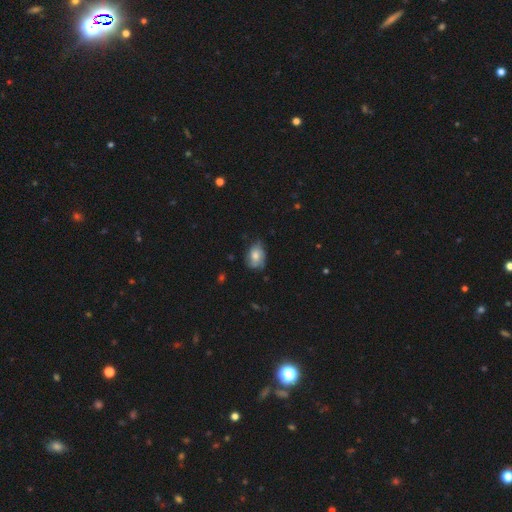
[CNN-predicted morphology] A smooth galaxy with no disk features (58%) that is in between round and cigar-shaped (69%). Merging: none (58%).